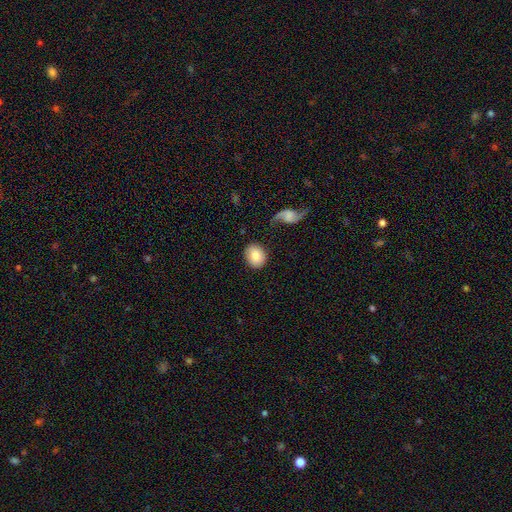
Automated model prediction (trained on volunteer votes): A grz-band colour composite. It shows a smooth galaxy with no disk features (79%) that is round (59%). Merging: none (80%).